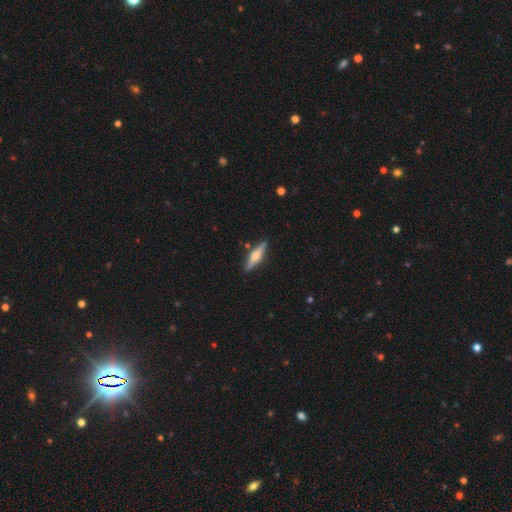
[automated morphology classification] Smooth or featured? featured or disk (50%)
Merging? none (86%)